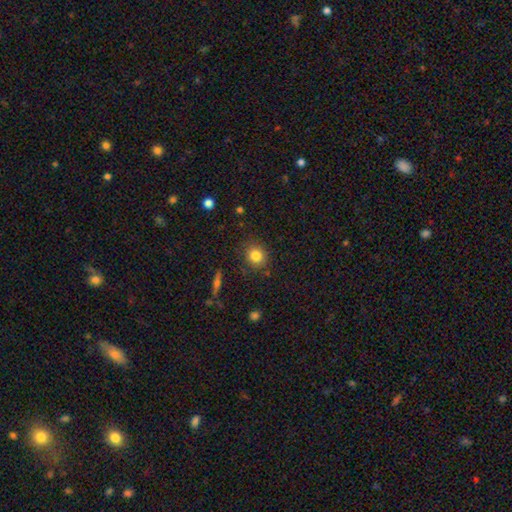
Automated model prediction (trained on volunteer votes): smooth-or-featured: smooth: 82% | star or artifact: 10% | featured or disk: 8%
  how-rounded: round: 82% | in between: 17% | cigar-shaped: 1%
  merging: none: 85% | minor disturbance: 10% | major disturbance: 3% | merger: 2%